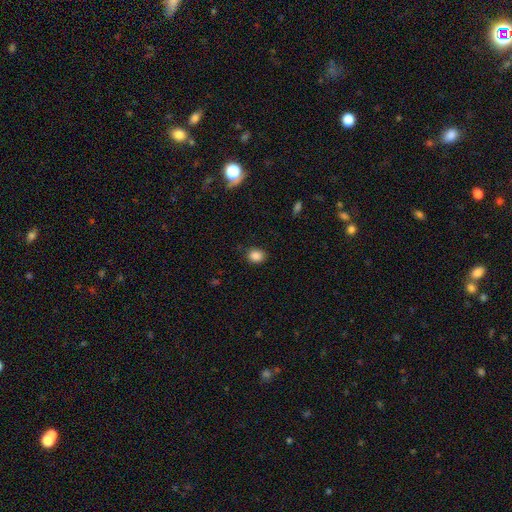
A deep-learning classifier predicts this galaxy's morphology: A smooth galaxy with no disk features (86%) that is round (60%). Merging: none (85%).